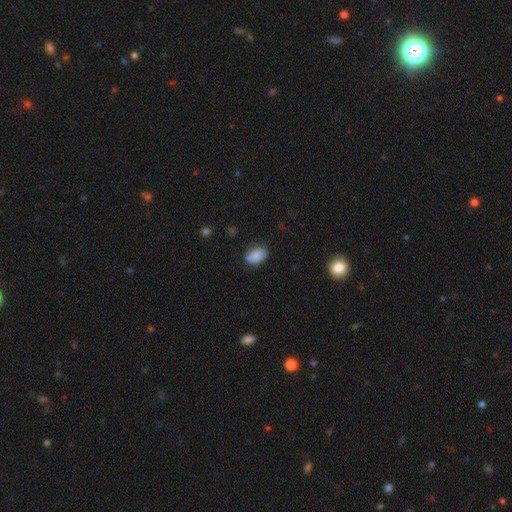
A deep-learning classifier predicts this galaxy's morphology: This appears to be a smooth galaxy with no disk features (81%) that is in between round and cigar-shaped (84%). Merging: none (66%).